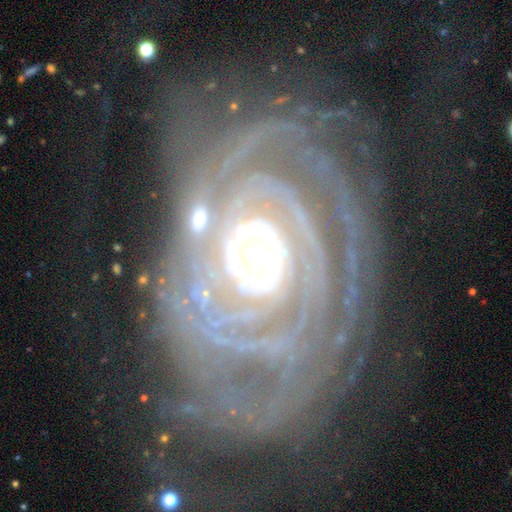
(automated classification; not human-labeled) Smooth or featured? featured or disk (91%)
Edge-on disk? no (97%)
Bar? no (65%)
Spiral arms? yes (97%)
Spiral winding? tight (82%)
Spiral arm count? can't tell (23%)
Bulge size? moderate (64%)
Merging? none (68%)